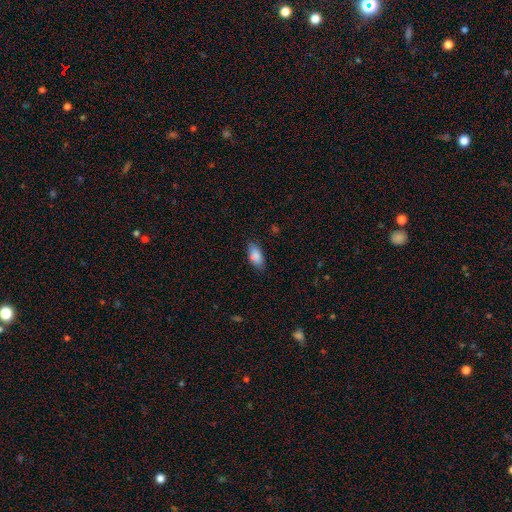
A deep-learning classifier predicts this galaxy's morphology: Smooth or featured: smooth — 88% (star or artifact — 6%)
How rounded: in between — 91% (cigar-shaped — 6%)
Merging: none — 81% (minor disturbance — 14%)